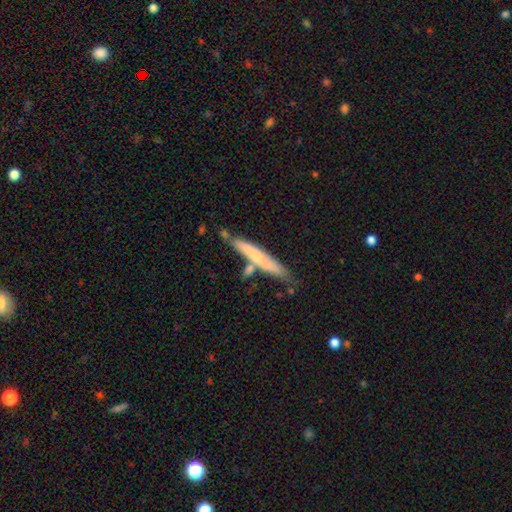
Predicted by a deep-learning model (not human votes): The model was most divided on "smooth or featured": smooth: 54%, featured or disk: 39%, star or artifact: 6%. More confident: how rounded — cigar-shaped (93%); merging — none (67%).